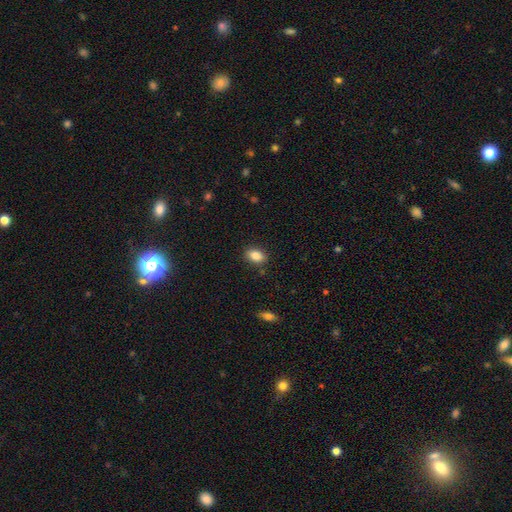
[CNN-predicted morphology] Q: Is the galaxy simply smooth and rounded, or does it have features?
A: smooth — 85%.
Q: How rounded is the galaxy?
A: in between — 79%.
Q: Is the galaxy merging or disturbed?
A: none — 87%.